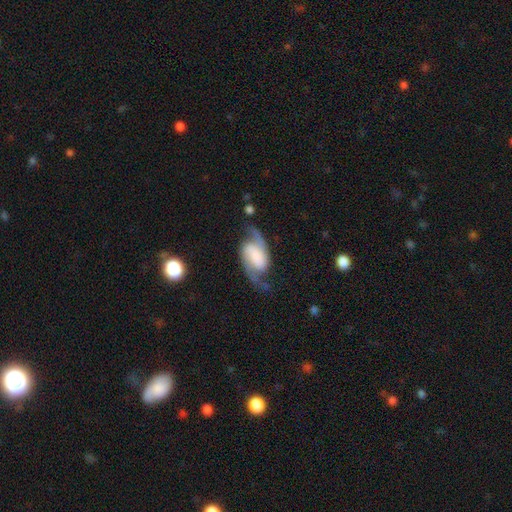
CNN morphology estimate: A featured or disk galaxy (84%) with no bar (40%), 2 (94%) loose (51%) spiral arms (97%) and no central bulge (34%).

Vote fractions:
- Smooth or featured? featured or disk: 84% / smooth: 10% / star or artifact: 6%
- Edge-on disk? no: 97% / yes: 3%
- Bar? no: 40% / weak: 34% / strong: 26%
- Spiral arms? yes: 97% / no: 3%
- Spiral winding? loose: 51% / medium: 38% / tight: 11%
- Spiral arm count? 2: 94% / can't tell: 2% / 1: 2% / 3: 1% / 4: 1% / more than 4: 1%
- Bulge size? none: 34% / large: 25% / small: 15% / dominant: 15% / moderate: 11%
- Merging? none: 67% / minor disturbance: 19% / major disturbance: 11% / merger: 3%